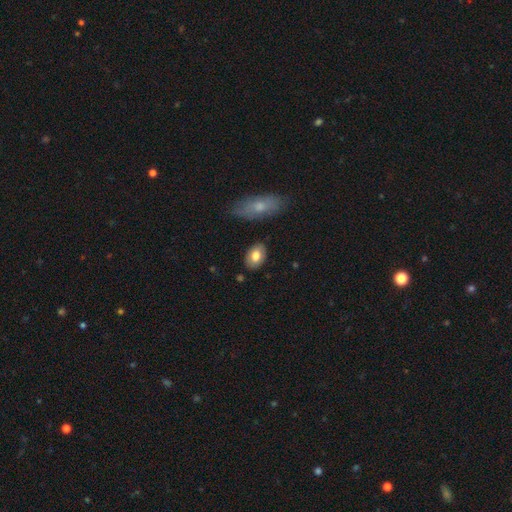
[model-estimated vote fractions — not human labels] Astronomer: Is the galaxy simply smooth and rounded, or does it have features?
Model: smooth — 76%.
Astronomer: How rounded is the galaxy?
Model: in between — 87%.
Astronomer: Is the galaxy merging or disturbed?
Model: none — 83%.